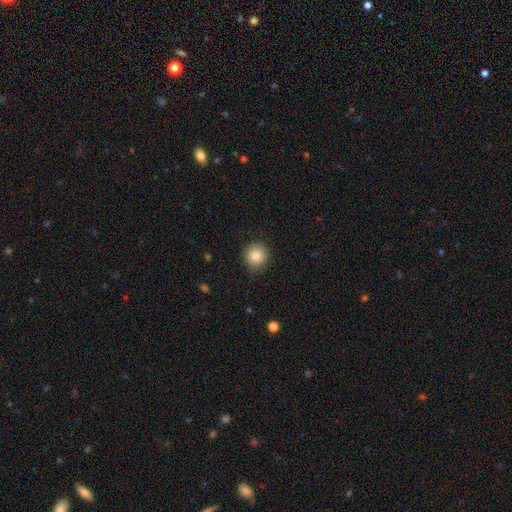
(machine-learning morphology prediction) The model was most divided on "smooth or featured": smooth: 85%, star or artifact: 9%, featured or disk: 6%. More confident: how rounded — round (93%); merging — none (87%).